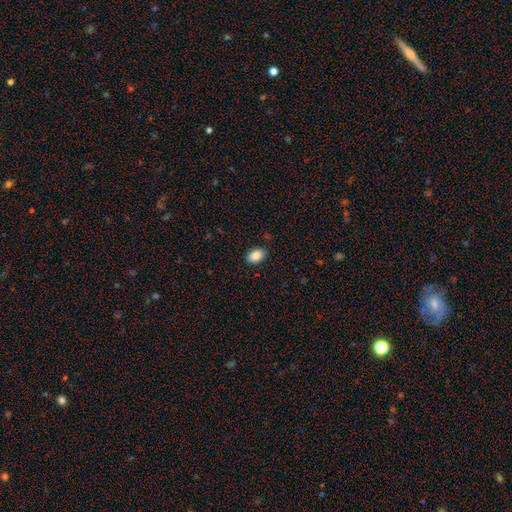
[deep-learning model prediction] The model was most divided on "how rounded": in between: 87%, round: 12%, cigar-shaped: 1%. More confident: merging — none (87%); smooth or featured — smooth (86%).